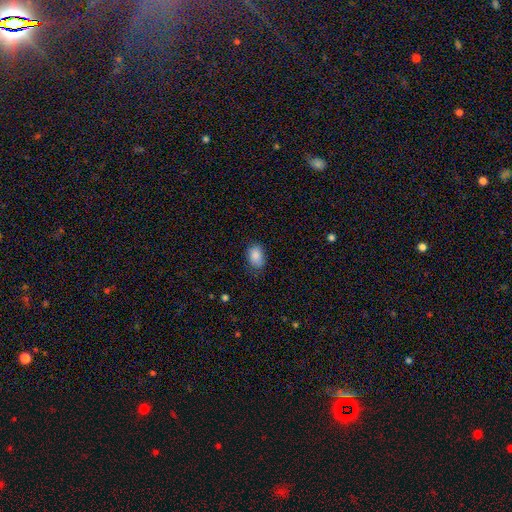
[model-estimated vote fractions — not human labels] Morphology: type=smooth (87%); roundness=in between (81%); merging=none (72%).